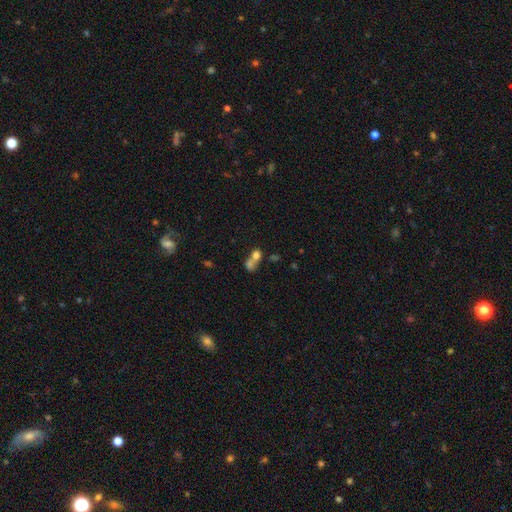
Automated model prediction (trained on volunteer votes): A smooth galaxy with no disk features (57%) that is round (60%). Merging: merger (56%).